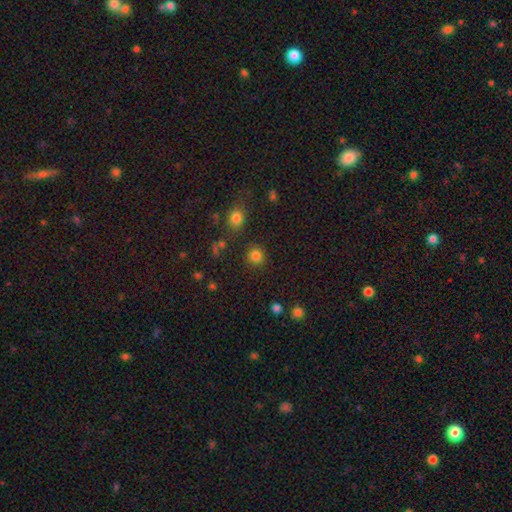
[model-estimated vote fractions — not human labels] Q: Smooth or featured?
A: smooth (82%); runner-up: star or artifact (14%)
Q: How rounded?
A: round (90%); runner-up: in between (9%)
Q: Merging?
A: none (86%); runner-up: minor disturbance (7%)